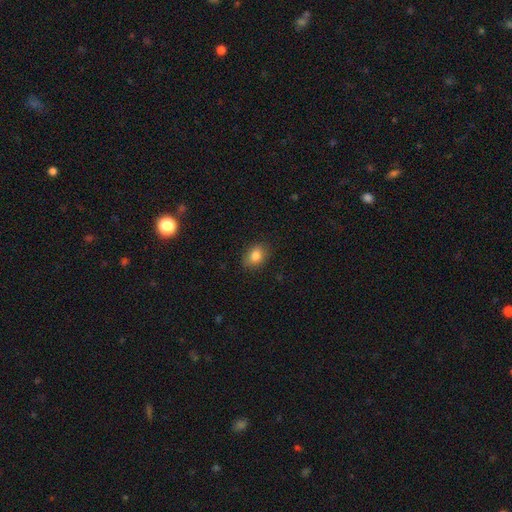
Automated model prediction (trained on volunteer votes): This appears to be a smooth galaxy with no disk features (82%) that is in between round and cigar-shaped (64%). Merging: none (85%).